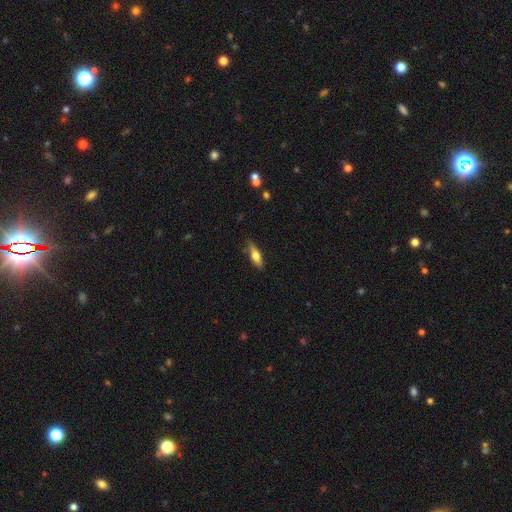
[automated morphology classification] smooth_or_featured: smooth (p=0.59) [alt: featured or disk p=0.35]
how_rounded: cigar-shaped (p=0.54) [alt: in between p=0.44]
merging: none (p=0.77) [alt: minor disturbance p=0.18]